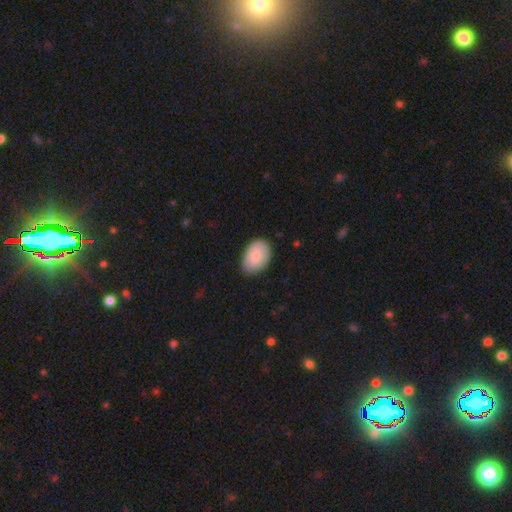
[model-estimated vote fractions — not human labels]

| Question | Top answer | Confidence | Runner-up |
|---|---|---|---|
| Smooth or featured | smooth | 84% | featured or disk (10%) |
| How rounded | in between | 87% | round (12%) |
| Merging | none | 78% | minor disturbance (18%) |